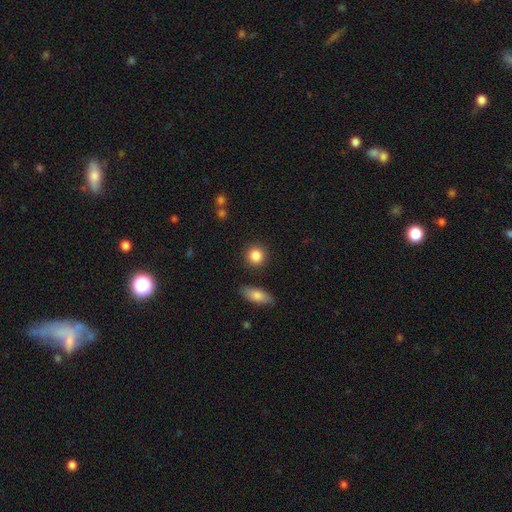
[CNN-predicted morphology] A smooth galaxy with no disk features (87%) that is round (88%).

Vote fractions:
- Smooth or featured? smooth: 87% / star or artifact: 8% / featured or disk: 5%
- How rounded? round: 88% / in between: 11% / cigar-shaped: 2%
- Merging? none: 88% / minor disturbance: 6% / merger: 3% / major disturbance: 2%